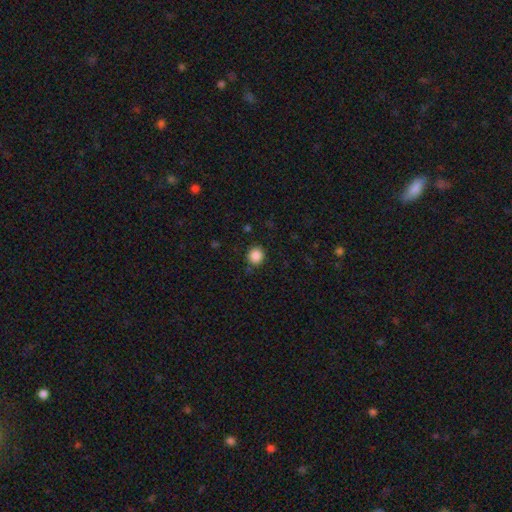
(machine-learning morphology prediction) type=smooth (87%); roundness=round (87%); merging=none (87%).